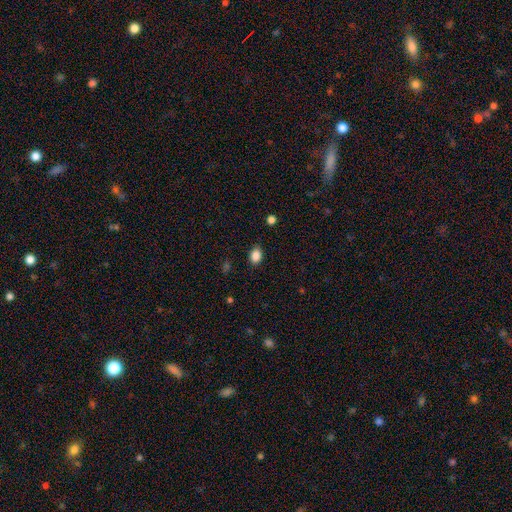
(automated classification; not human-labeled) Smooth or featured?
  - smooth: 87% *
  - star or artifact: 10%
  - featured or disk: 3%
How rounded?
  - in between: 73% *
  - round: 26%
  - cigar-shaped: 1%
Merging?
  - none: 86% *
  - minor disturbance: 10%
  - major disturbance: 3%
  - merger: 1%